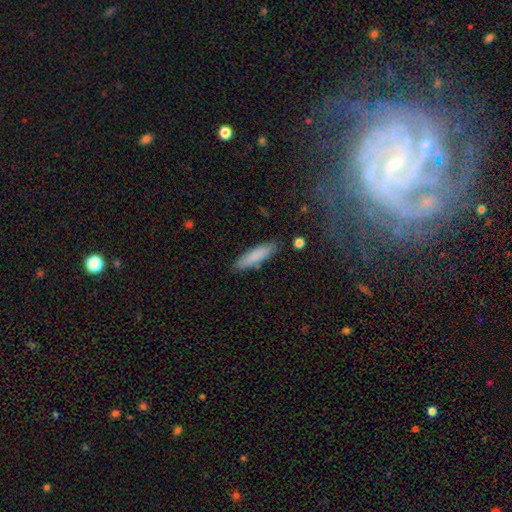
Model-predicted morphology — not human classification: Overall: smooth (83%). How rounded: cigar-shaped (75%). Merging: none (87%).